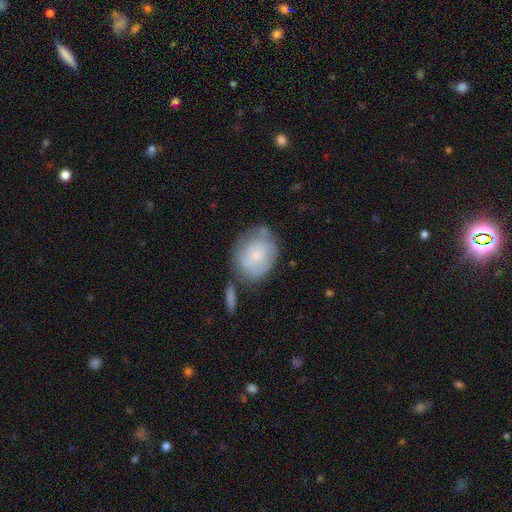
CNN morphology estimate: Overall: smooth (51%; featured or disk 42%). How rounded: in between (50%; round 48%). Merging: none (54%; minor disturbance 24%).